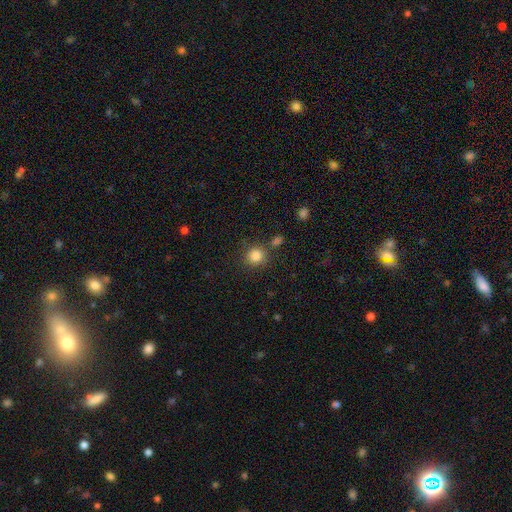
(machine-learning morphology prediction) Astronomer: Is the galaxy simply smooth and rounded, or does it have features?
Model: smooth — 85%.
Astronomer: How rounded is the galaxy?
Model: round — 90%.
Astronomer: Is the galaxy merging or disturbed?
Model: none — 81%.